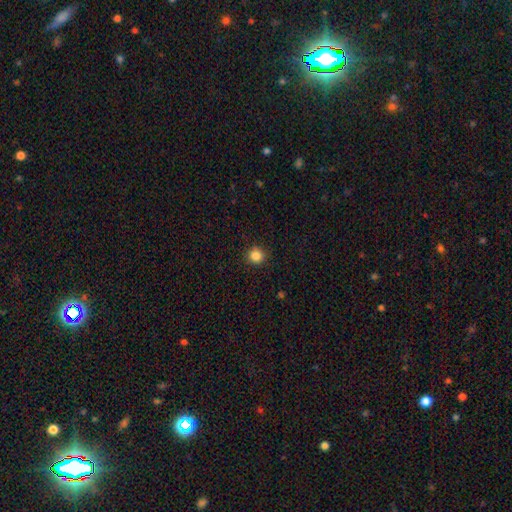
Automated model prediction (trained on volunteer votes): A smooth galaxy with no disk features (85%) that is round (93%).

Vote fractions:
- Smooth or featured? smooth: 85% / star or artifact: 11% / featured or disk: 3%
- How rounded? round: 93% / in between: 6% / cigar-shaped: 1%
- Merging? none: 92% / minor disturbance: 6% / major disturbance: 2% / merger: 1%